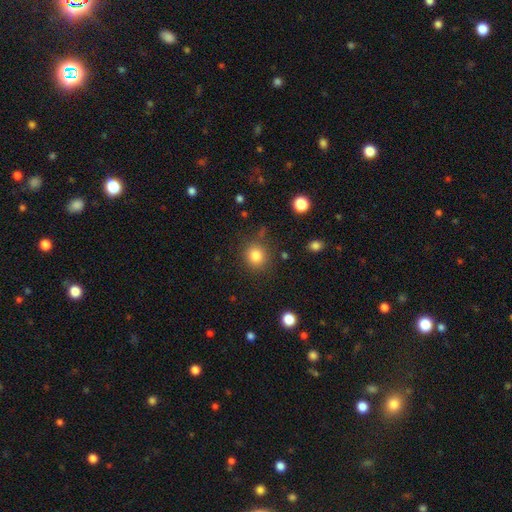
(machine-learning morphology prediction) type=smooth (82%); roundness=round (87%); merging=none (84%).